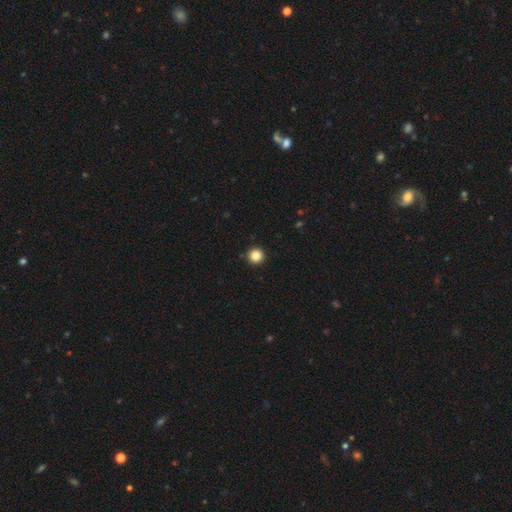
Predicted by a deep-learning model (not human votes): Smooth or featured?
  - smooth: 86% *
  - star or artifact: 11%
  - featured or disk: 3%
How rounded?
  - round: 96% *
  - in between: 3%
  - cigar-shaped: 1%
Merging?
  - none: 93% *
  - minor disturbance: 4%
  - major disturbance: 1%
  - merger: 1%